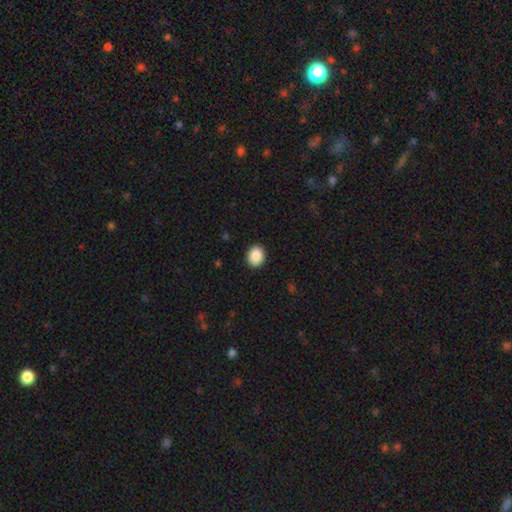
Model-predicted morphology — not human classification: smooth-or-featured: smooth: 89% | star or artifact: 8% | featured or disk: 3%
  how-rounded: round: 52% | in between: 47% | cigar-shaped: 1%
  merging: none: 92% | minor disturbance: 6% | major disturbance: 2% | merger: 1%